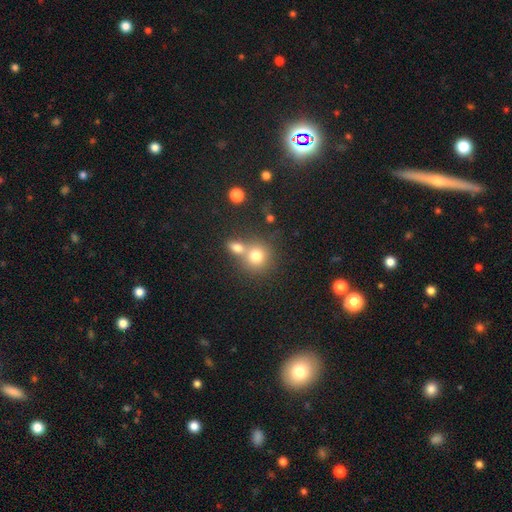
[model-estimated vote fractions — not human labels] Morphology: type=smooth (76%); roundness=round (83%); merging=merger (44%, tied with none).